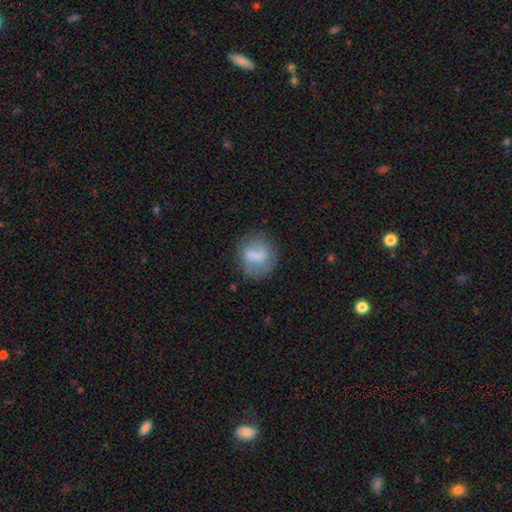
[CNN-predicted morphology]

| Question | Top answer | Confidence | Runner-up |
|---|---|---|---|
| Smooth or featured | smooth | 62% | featured or disk (30%) |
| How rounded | round | 72% | in between (26%) |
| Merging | none | 59% | minor disturbance (23%) |